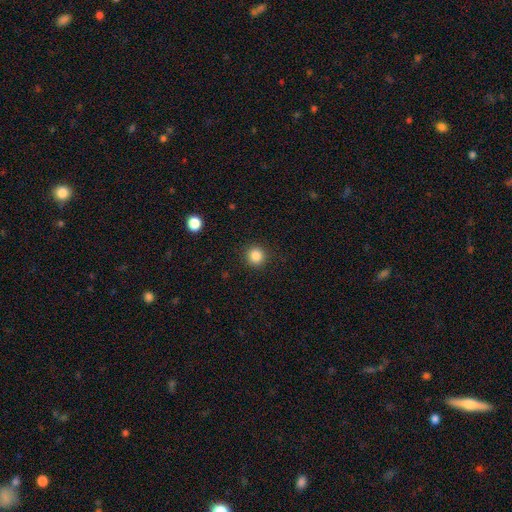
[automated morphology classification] A smooth galaxy with no disk features (85%) that is round (93%).

Vote fractions:
- Smooth or featured? smooth: 85% / star or artifact: 11% / featured or disk: 4%
- How rounded? round: 93% / in between: 6% / cigar-shaped: 1%
- Merging? none: 91% / minor disturbance: 5% / major disturbance: 2% / merger: 1%